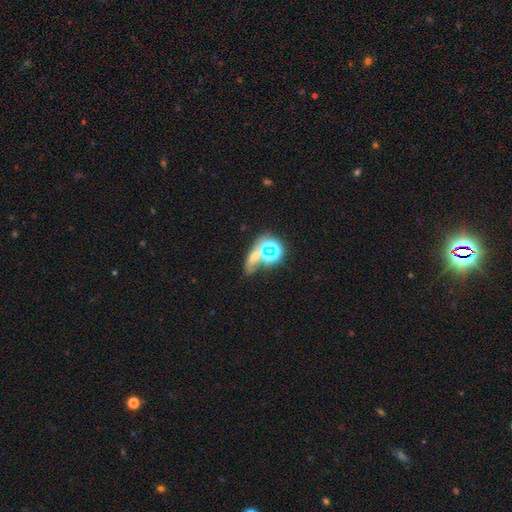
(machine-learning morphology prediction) Overall: star or artifact (42%; smooth 32%).